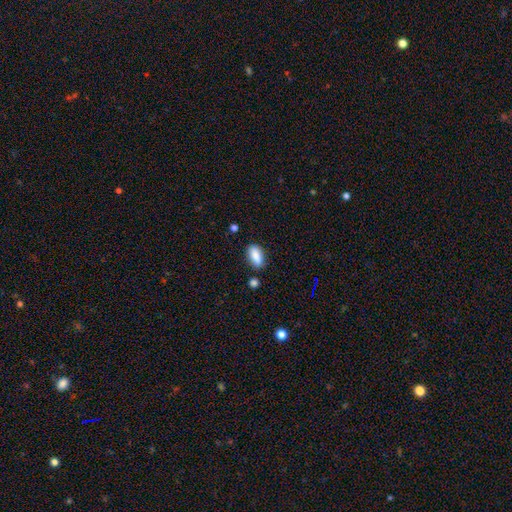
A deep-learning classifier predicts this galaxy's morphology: smooth-or-featured: smooth: 87% | star or artifact: 7% | featured or disk: 5%
  how-rounded: in between: 86% | cigar-shaped: 11% | round: 4%
  merging: none: 80% | minor disturbance: 13% | merger: 4% | major disturbance: 3%